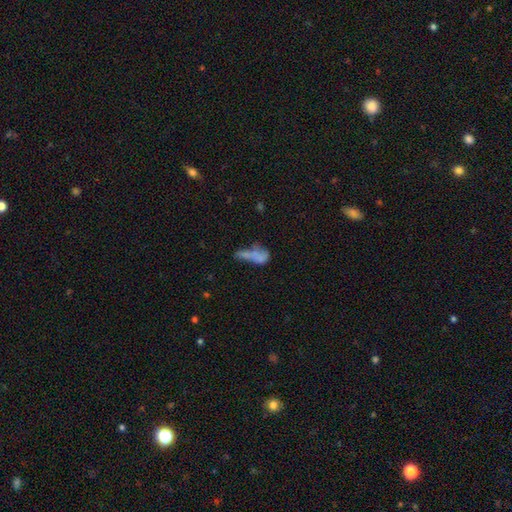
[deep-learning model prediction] Overall: smooth (57%; featured or disk 29%). How rounded: in between (65%; cigar-shaped 27%). Merging: merger (32%; major disturbance 27%).